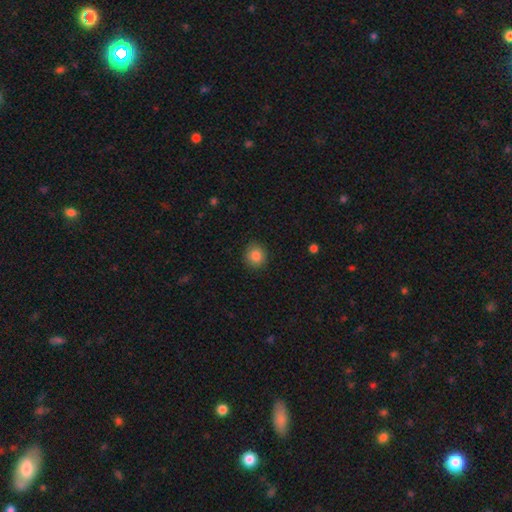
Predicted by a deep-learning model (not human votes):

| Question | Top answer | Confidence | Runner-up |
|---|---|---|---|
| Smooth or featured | smooth | 86% | star or artifact (10%) |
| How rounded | round | 88% | in between (11%) |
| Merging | none | 90% | minor disturbance (7%) |